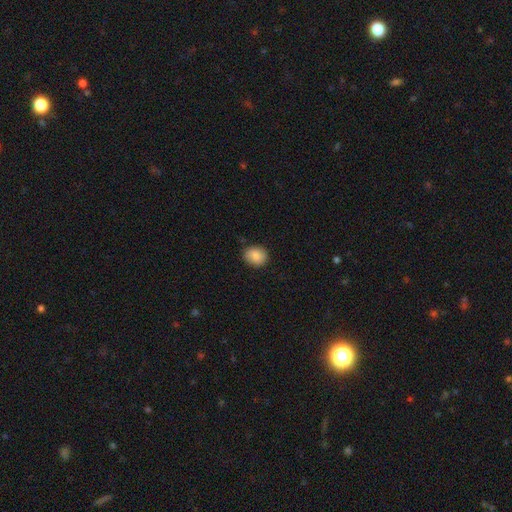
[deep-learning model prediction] Smooth or featured?
  - smooth: 87% *
  - star or artifact: 8%
  - featured or disk: 5%
How rounded?
  - round: 62% *
  - in between: 37%
  - cigar-shaped: 1%
Merging?
  - none: 86% *
  - minor disturbance: 11%
  - major disturbance: 2%
  - merger: 1%